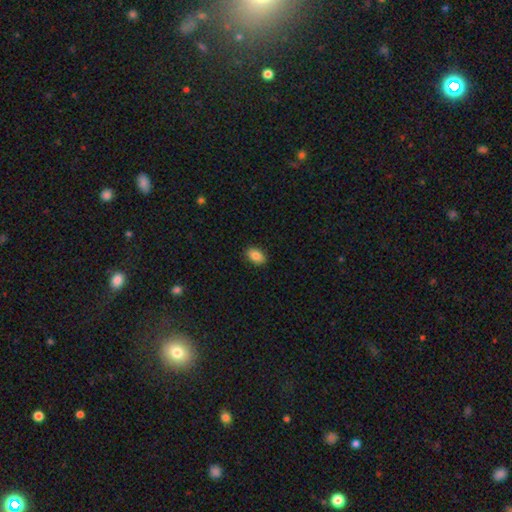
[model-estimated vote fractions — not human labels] Morphology: type=smooth (87%); roundness=in between (88%); merging=none (89%).